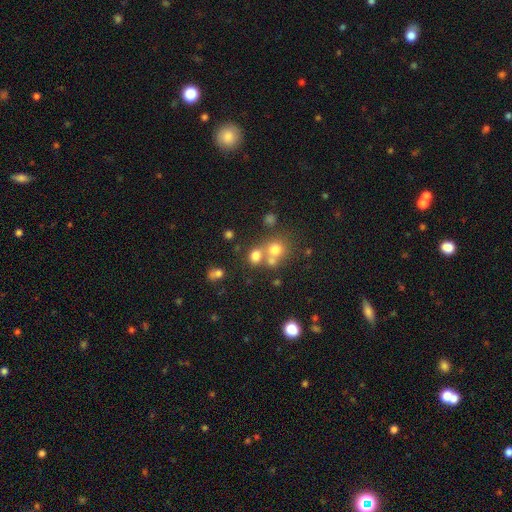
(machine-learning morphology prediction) smooth 71%, star or artifact 17%, featured or disk 12%. Down the decision tree: how rounded — round (75%); merging — none (48%).